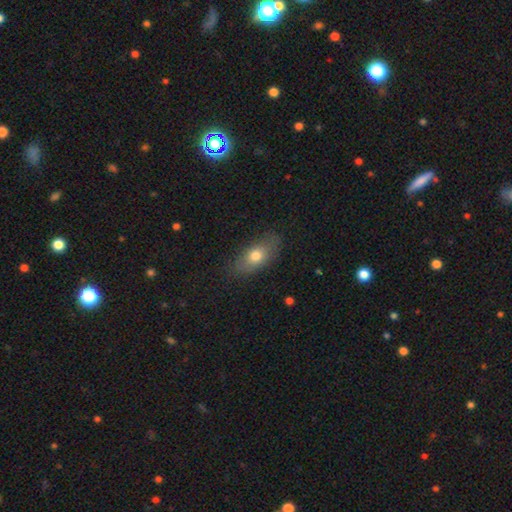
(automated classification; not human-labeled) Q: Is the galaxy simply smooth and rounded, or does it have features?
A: smooth — 73%.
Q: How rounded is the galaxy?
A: in between — 83%.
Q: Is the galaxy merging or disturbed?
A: none — 78%.